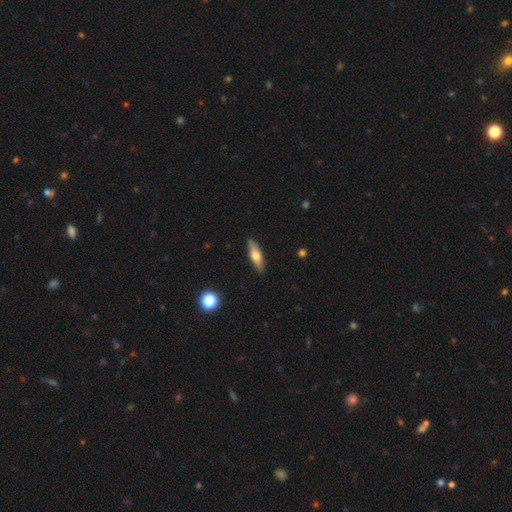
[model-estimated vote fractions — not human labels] Smooth or featured?
  - smooth: 56% *
  - featured or disk: 38%
  - star or artifact: 6%
How rounded?
  - cigar-shaped: 57% *
  - in between: 40%
  - round: 3%
Merging?
  - none: 88% *
  - minor disturbance: 9%
  - major disturbance: 2%
  - merger: 1%